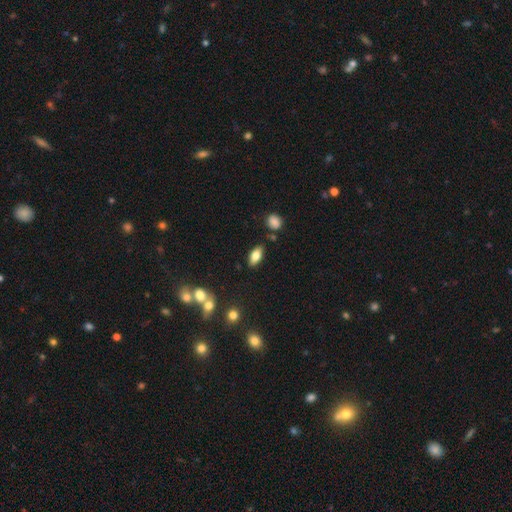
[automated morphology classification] Overall: smooth (76%). How rounded: in between (87%). Merging: none (83%).